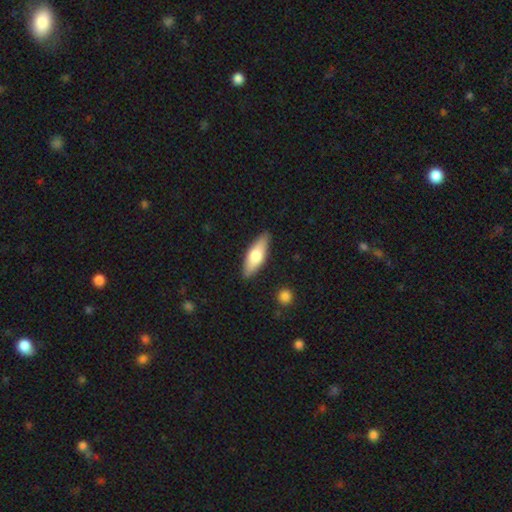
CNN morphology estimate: A smooth galaxy with no disk features (64%) that is in between round and cigar-shaped (56%). Merging: none (87%).